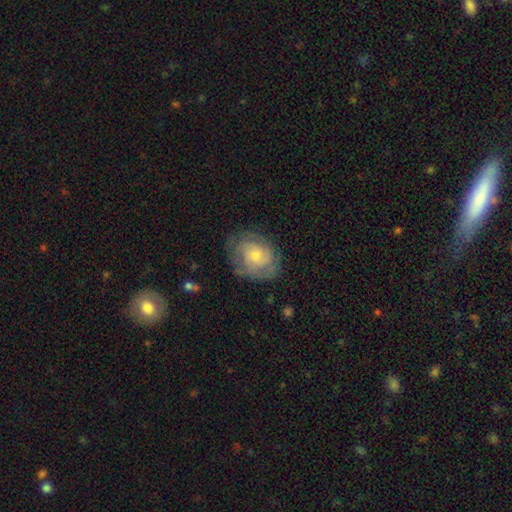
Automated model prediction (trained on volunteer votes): Overall: featured or disk (61%; smooth 32%). Edge-on disk: no (97%). Bar: no (80%). Spiral arms: yes (79%). Bulge size: small (54%; moderate 41%). Merging: none (70%).